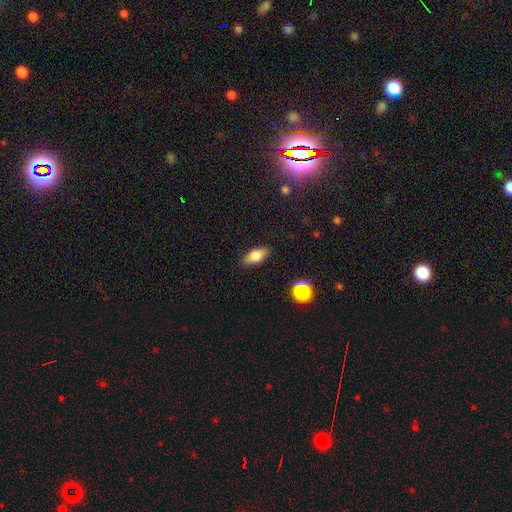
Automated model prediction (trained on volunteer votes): smooth 76%, featured or disk 16%, star or artifact 8%. Down the decision tree: how rounded — in between (82%); merging — none (86%).